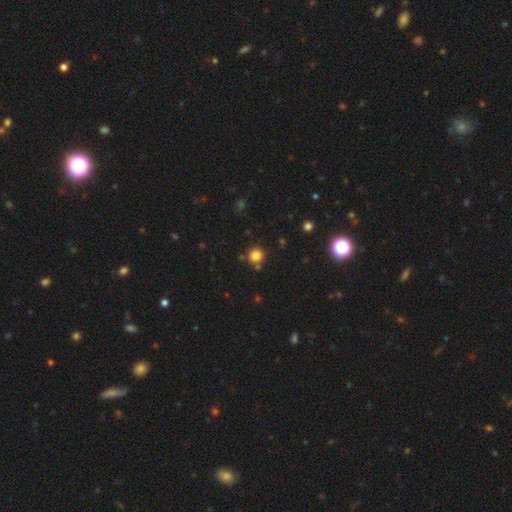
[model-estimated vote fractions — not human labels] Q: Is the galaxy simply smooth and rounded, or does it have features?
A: smooth — 82%.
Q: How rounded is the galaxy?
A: round — 94%.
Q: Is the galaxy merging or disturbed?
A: none — 82%.